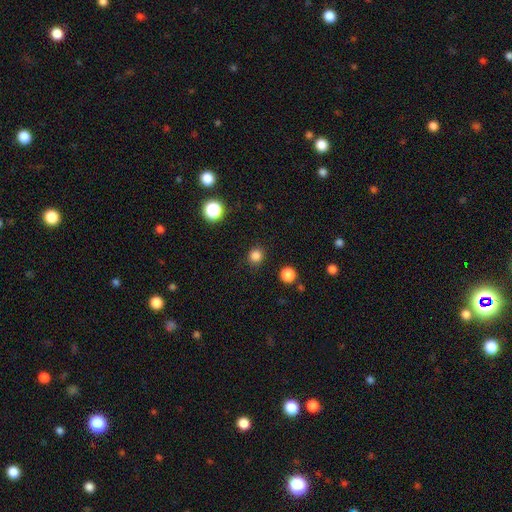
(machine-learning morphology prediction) Q: Smooth or featured?
A: smooth (83%); runner-up: star or artifact (14%)
Q: How rounded?
A: round (91%); runner-up: in between (8%)
Q: Merging?
A: none (89%); runner-up: minor disturbance (7%)